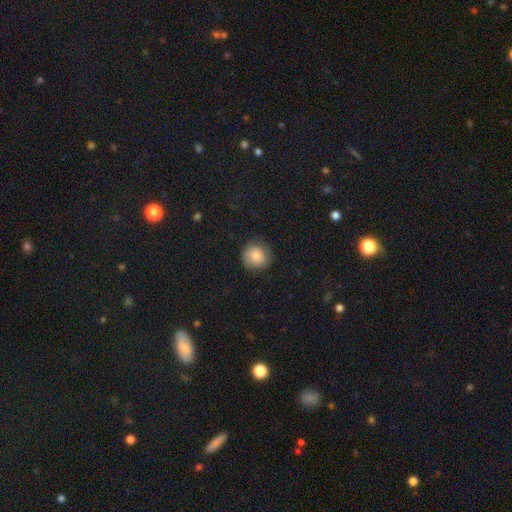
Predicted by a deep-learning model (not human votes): Smooth or featured? Predicted: smooth (p=0.82). How rounded? Predicted: round (p=0.89). Merging? Predicted: none (p=0.83).